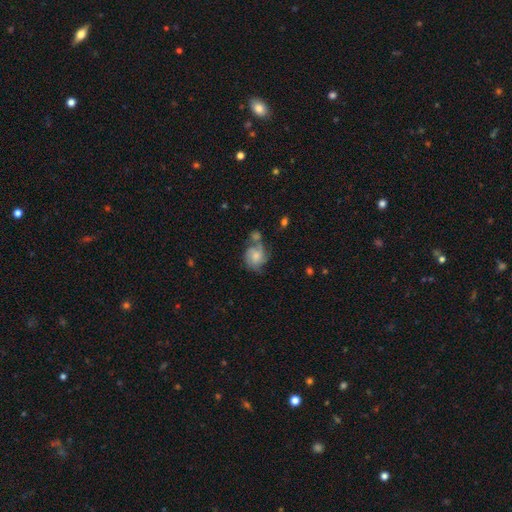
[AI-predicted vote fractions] A featured or disk galaxy (58%) with no bar (73%), spiral arms (88%) and a moderate central bulge (42%).

Vote fractions:
- Smooth or featured? featured or disk: 58% / smooth: 34% / star or artifact: 8%
- Edge-on disk? no: 98% / yes: 2%
- Bar? no: 73% / weak: 24% / strong: 3%
- Spiral arms? yes: 88% / no: 12%
- Bulge size? moderate: 42% / small: 38% / none: 10% / large: 8% / dominant: 2%
- Merging? none: 44% / merger: 22% / minor disturbance: 22% / major disturbance: 13%